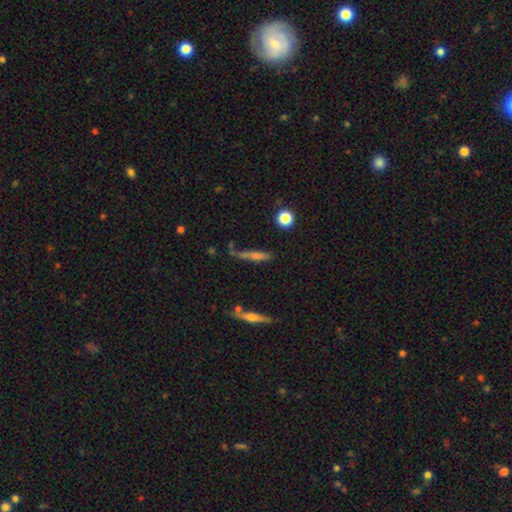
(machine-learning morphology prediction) type=smooth (44%); merging=none (63%).